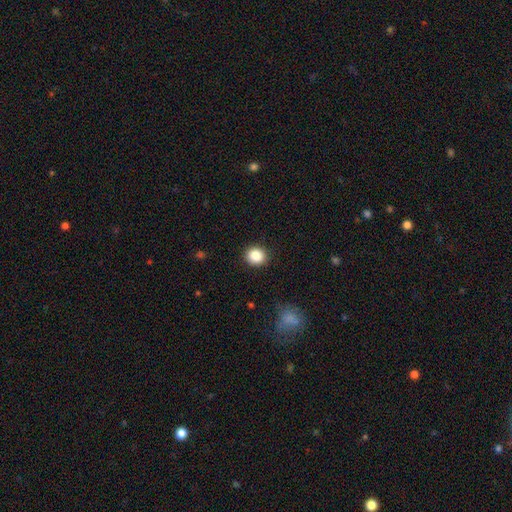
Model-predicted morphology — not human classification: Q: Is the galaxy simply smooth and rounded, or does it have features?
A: smooth — 87%.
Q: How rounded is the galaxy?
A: round — 80%.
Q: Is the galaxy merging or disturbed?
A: none — 89%.